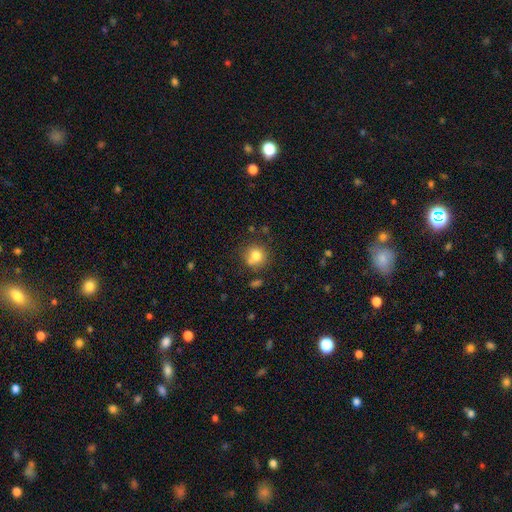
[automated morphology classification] A smooth galaxy with no disk features (78%) that is round (86%). Merging: none (65%).